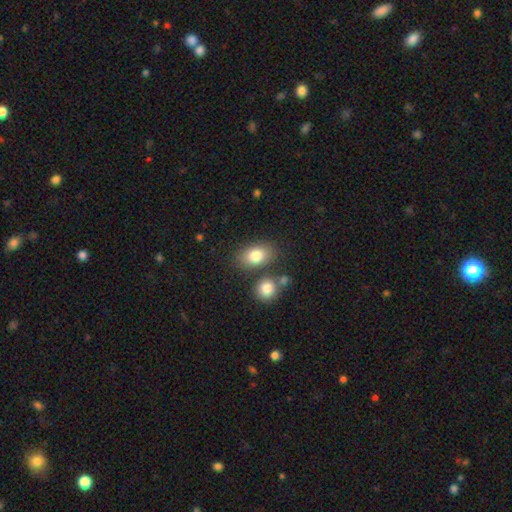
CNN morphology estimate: A smooth galaxy with no disk features (81%) that is in between round and cigar-shaped (83%).

Vote fractions:
- Smooth or featured? smooth: 81% / featured or disk: 11% / star or artifact: 8%
- How rounded? in between: 83% / round: 15% / cigar-shaped: 2%
- Merging? none: 69% / merger: 15% / minor disturbance: 12% / major disturbance: 4%